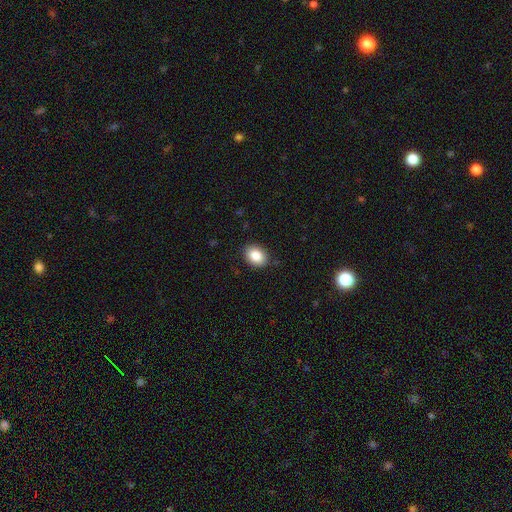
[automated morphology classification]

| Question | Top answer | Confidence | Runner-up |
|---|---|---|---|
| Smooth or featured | smooth | 86% | star or artifact (8%) |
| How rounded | in between | 66% | round (33%) |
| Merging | none | 87% | minor disturbance (9%) |